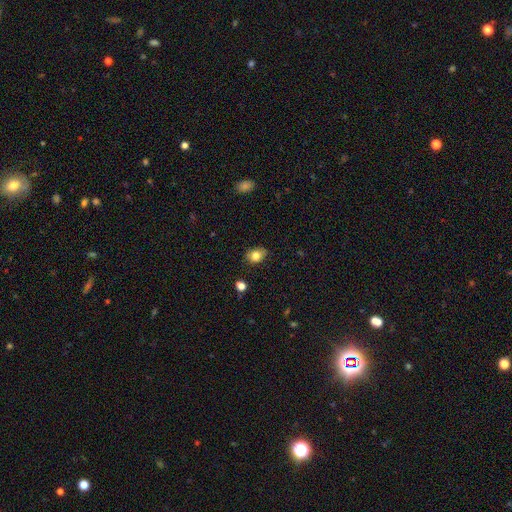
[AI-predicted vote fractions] Smooth or featured: smooth — 81% (featured or disk — 10%)
How rounded: in between — 68% (round — 31%)
Merging: none — 78% (minor disturbance — 17%)